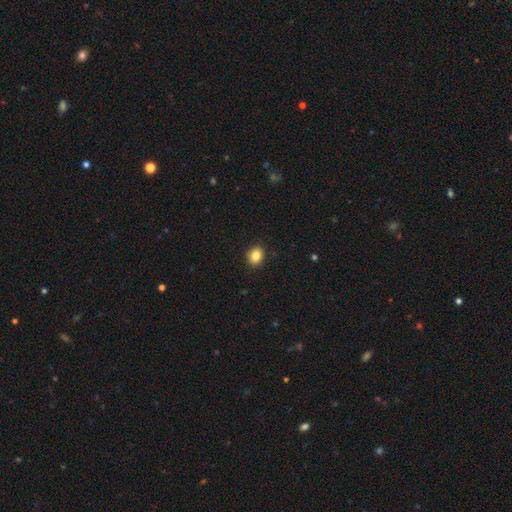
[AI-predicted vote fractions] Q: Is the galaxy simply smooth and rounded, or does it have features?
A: smooth — 85%.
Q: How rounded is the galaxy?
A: round — 65%.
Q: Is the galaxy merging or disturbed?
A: none — 91%.